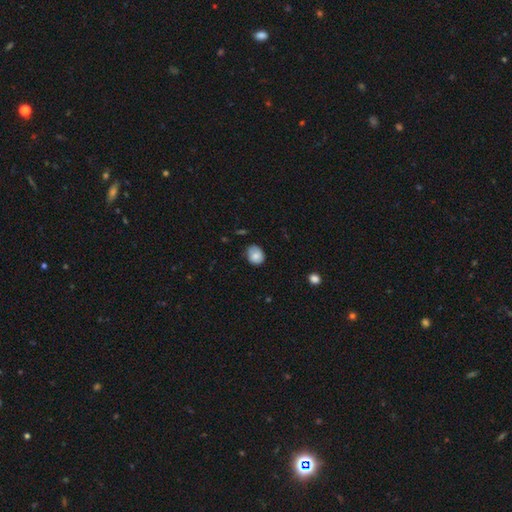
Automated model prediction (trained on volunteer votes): A smooth galaxy with no disk features (81%) that is round (63%).

Vote fractions:
- Smooth or featured? smooth: 81% / featured or disk: 11% / star or artifact: 8%
- How rounded? round: 63% / in between: 36% / cigar-shaped: 1%
- Merging? none: 62% / minor disturbance: 31% / major disturbance: 5% / merger: 2%